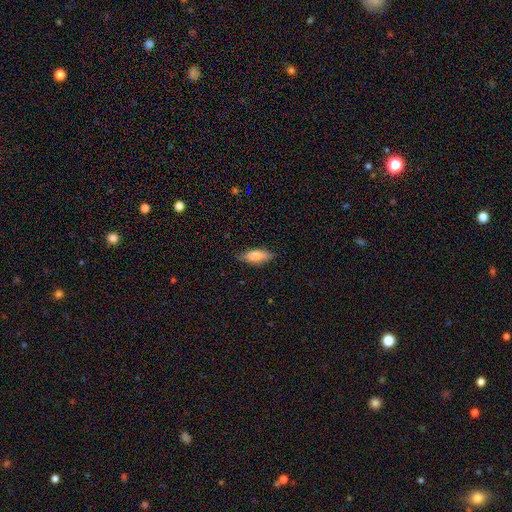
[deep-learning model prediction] Smooth or featured: smooth — 69% (featured or disk — 25%)
How rounded: in between — 62% (cigar-shaped — 35%)
Merging: none — 84% (minor disturbance — 12%)